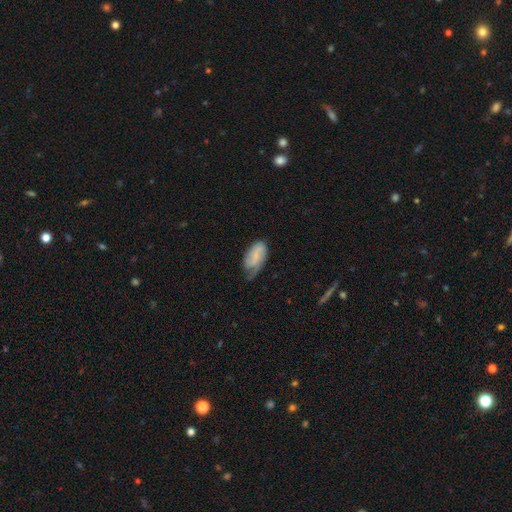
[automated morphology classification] smooth-or-featured: smooth: 53% | featured or disk: 40% | star or artifact: 8%
  how-rounded: in between: 92% | cigar-shaped: 4% | round: 4%
  merging: minor disturbance: 40% | none: 39% | major disturbance: 19% | merger: 2%